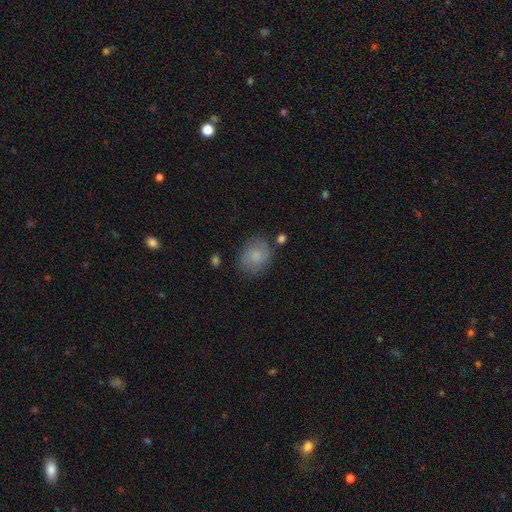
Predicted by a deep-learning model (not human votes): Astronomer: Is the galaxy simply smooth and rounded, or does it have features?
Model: smooth — 75%.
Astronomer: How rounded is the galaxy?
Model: round — 55% (runner-up: in between, 44%).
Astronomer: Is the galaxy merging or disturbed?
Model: none — 72%.